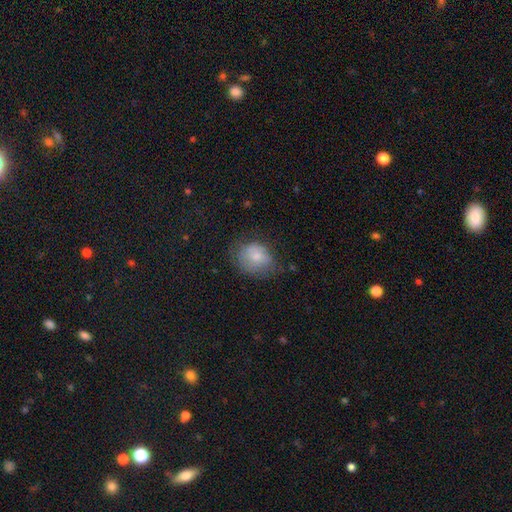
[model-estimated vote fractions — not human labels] smooth 72%, featured or disk 20%, star or artifact 9%. Down the decision tree: how rounded — round (51%); merging — none (52%).